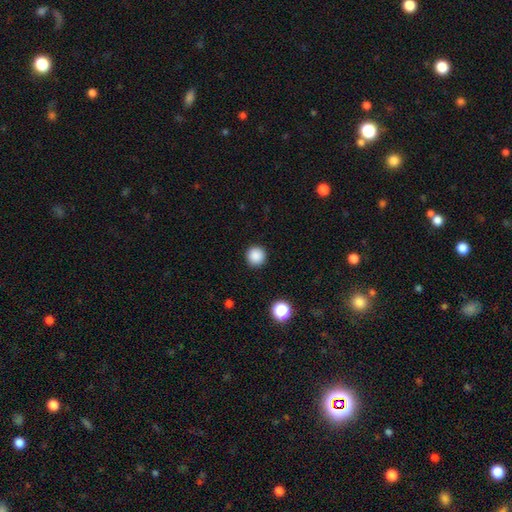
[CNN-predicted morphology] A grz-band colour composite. It shows a smooth galaxy with no disk features (88%) that is round (96%). Merging: none (93%).